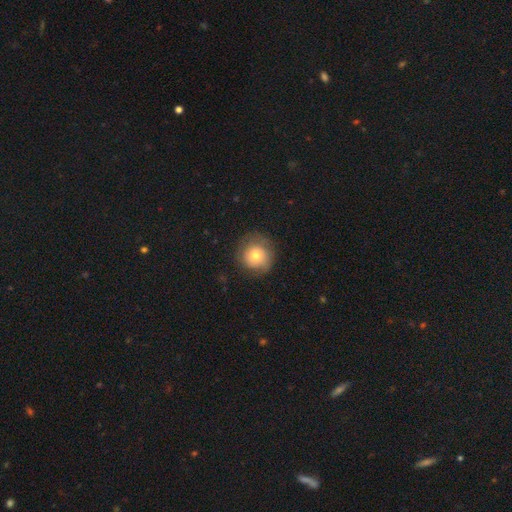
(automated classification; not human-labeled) smooth_or_featured: smooth (p=0.71) [alt: featured or disk p=0.20]
how_rounded: round (p=0.92) [alt: in between p=0.08]
merging: none (p=0.75) [alt: minor disturbance p=0.17]